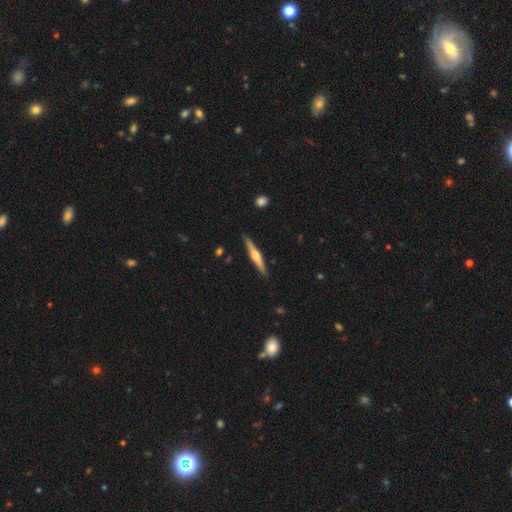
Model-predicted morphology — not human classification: A featured or disk galaxy (66%) viewed edge-on (98%) with a rounded central bulge (84%). Merging: none (90%).